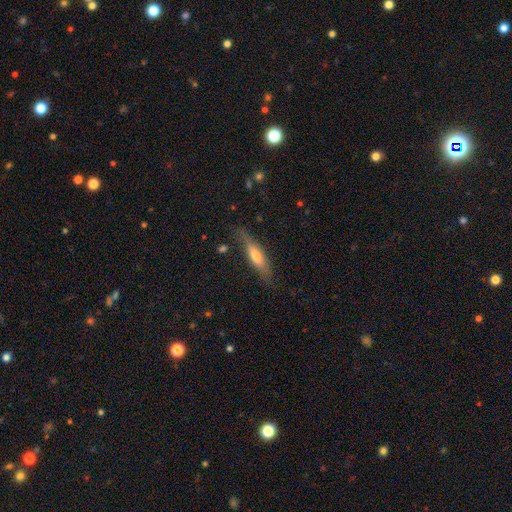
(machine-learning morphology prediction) A smooth galaxy with no disk features (51%) that is cigar-shaped (73%).

Vote fractions:
- Smooth or featured? smooth: 51% / featured or disk: 43% / star or artifact: 6%
- How rounded? cigar-shaped: 73% / in between: 25% / round: 2%
- Merging? none: 73% / minor disturbance: 19% / major disturbance: 5% / merger: 2%